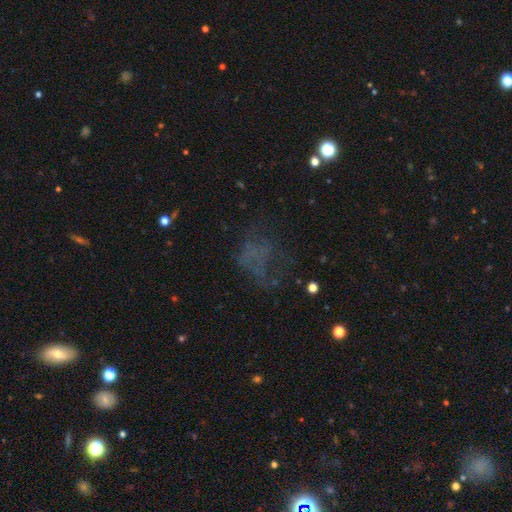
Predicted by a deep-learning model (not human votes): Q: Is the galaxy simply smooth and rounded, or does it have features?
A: featured or disk — 37%.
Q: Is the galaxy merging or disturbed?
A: none — 43%.